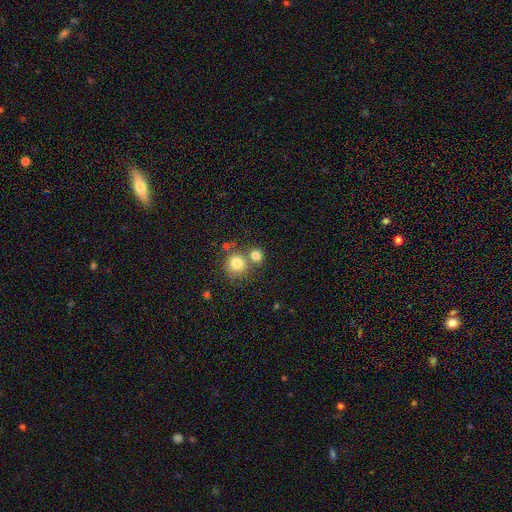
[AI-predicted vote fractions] smooth 79%, star or artifact 12%, featured or disk 8%. Down the decision tree: how rounded — round (86%); merging — none (56%).